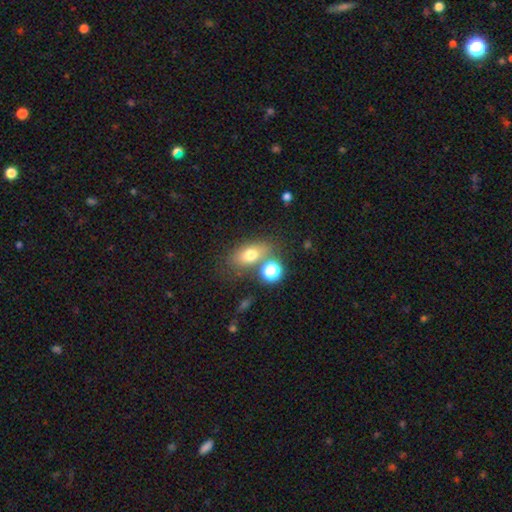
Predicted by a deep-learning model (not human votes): smooth 66%, star or artifact 17%, featured or disk 16%. Down the decision tree: how rounded — in between (75%); merging — none (61%).